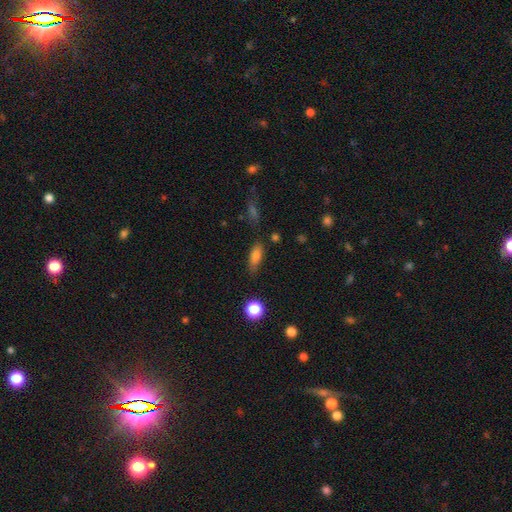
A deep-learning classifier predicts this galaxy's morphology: Overall: smooth (77%). How rounded: in between (68%). Merging: none (74%).